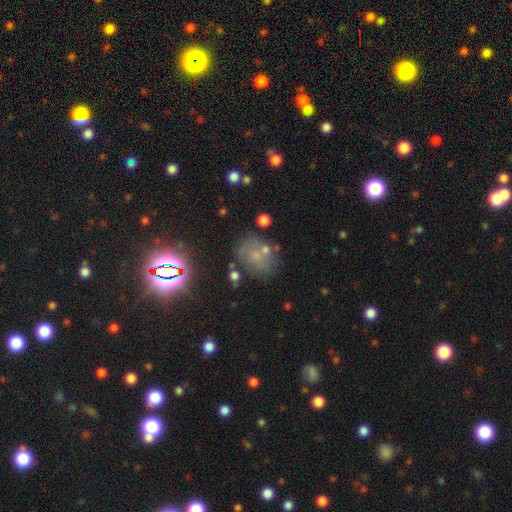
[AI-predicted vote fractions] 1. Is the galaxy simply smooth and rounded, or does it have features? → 45% smooth, 32% star or artifact, 23% featured or disk.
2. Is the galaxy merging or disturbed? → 62% none, 19% minor disturbance, 11% merger, 8% major disturbance.